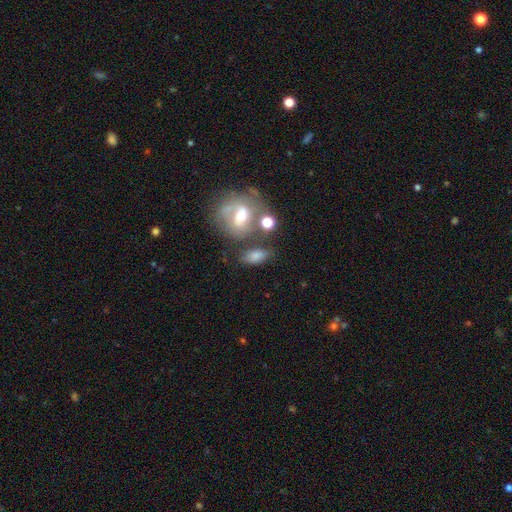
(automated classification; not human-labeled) Smooth or featured?
  - smooth: 67% *
  - featured or disk: 21%
  - star or artifact: 13%
How rounded?
  - in between: 79% *
  - round: 17%
  - cigar-shaped: 5%
Merging?
  - none: 56% *
  - minor disturbance: 18%
  - merger: 16%
  - major disturbance: 9%